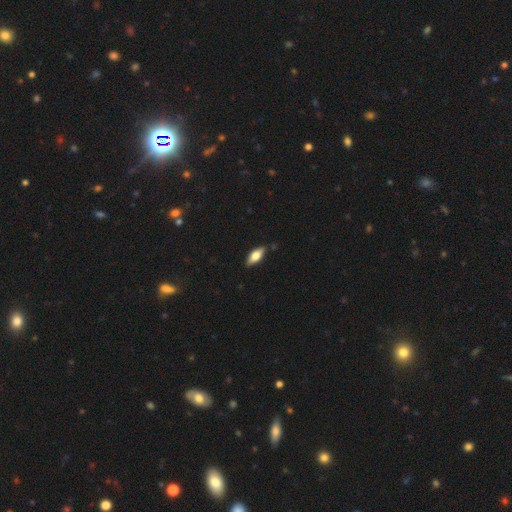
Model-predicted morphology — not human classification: Smooth or featured? smooth (66%)
How rounded? in between (77%)
Merging? none (84%)